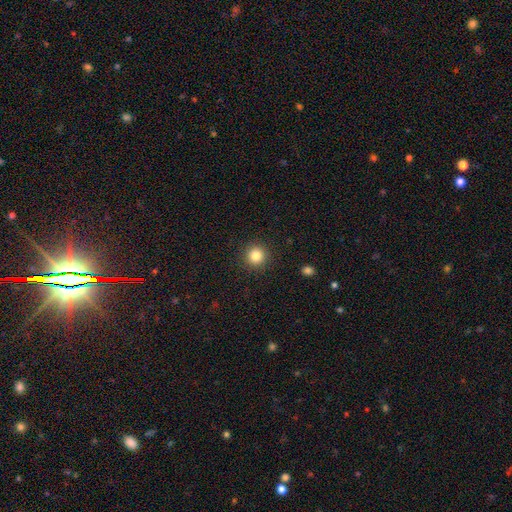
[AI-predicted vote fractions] This is clearly a smooth galaxy (84%). How rounded: clearly round (95%). Merging: clearly none (92%).